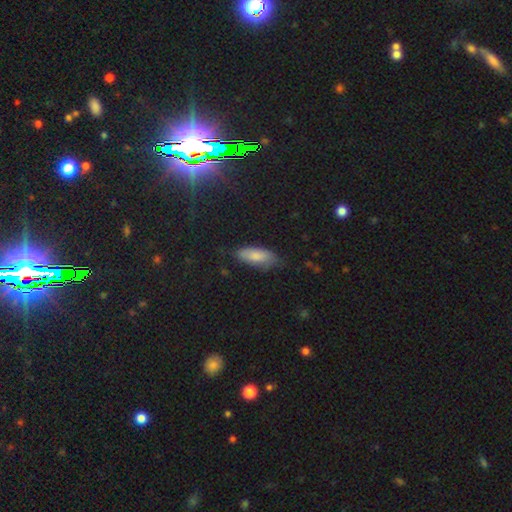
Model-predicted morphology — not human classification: A smooth galaxy with no disk features (80%) that is in between round and cigar-shaped (77%). Merging: none (72%).